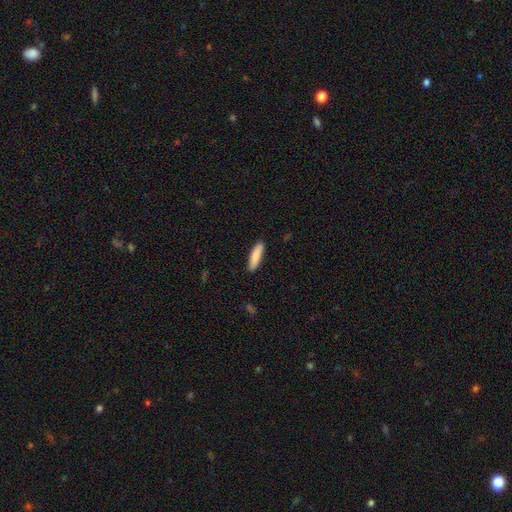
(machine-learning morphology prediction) The model was most divided on "how rounded": cigar-shaped: 77%, in between: 22%, round: 1%. More confident: merging — none (89%); smooth or featured — smooth (85%).